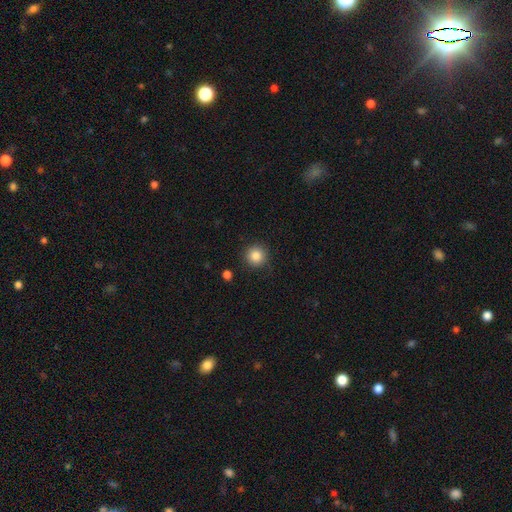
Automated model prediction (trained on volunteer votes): Smooth or featured? smooth (85%)
How rounded? round (94%)
Merging? none (88%)